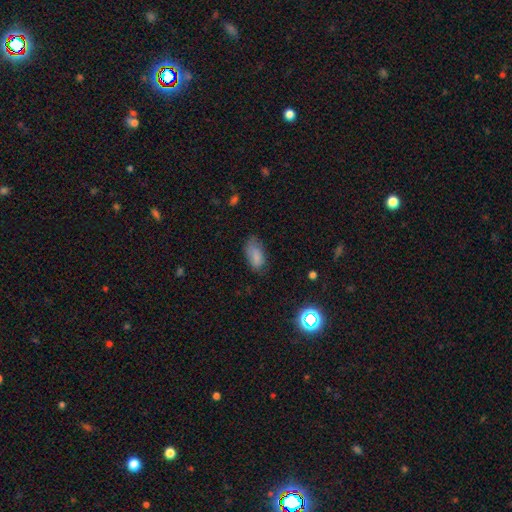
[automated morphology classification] This is clearly a smooth galaxy (81%). How rounded: clearly in between (92%). Merging: possibly none (59%).